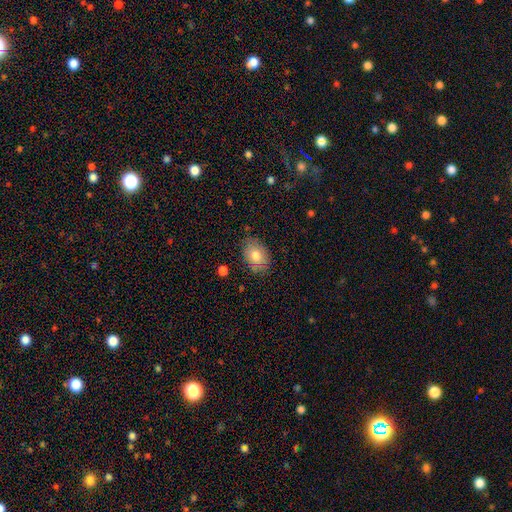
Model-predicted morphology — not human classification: smooth-or-featured: smooth: 78% | featured or disk: 14% | star or artifact: 8%
  how-rounded: in between: 79% | round: 20% | cigar-shaped: 1%
  merging: none: 79% | minor disturbance: 16% | major disturbance: 3% | merger: 2%